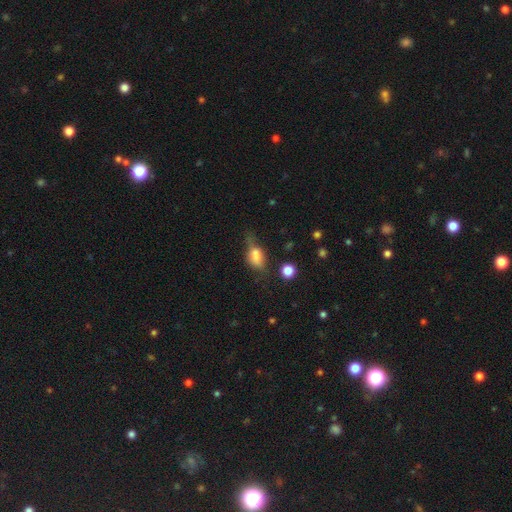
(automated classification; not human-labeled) The model was most divided on "merging": none: 36%, minor disturbance: 33%, major disturbance: 23%, merger: 8%. More confident: how rounded — in between (77%); smooth or featured — smooth (67%).